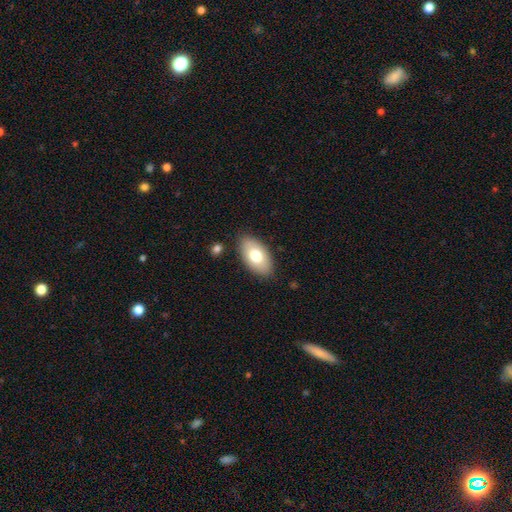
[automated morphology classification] A smooth galaxy with no disk features (72%) that is in between round and cigar-shaped (94%). Merging: none (84%).